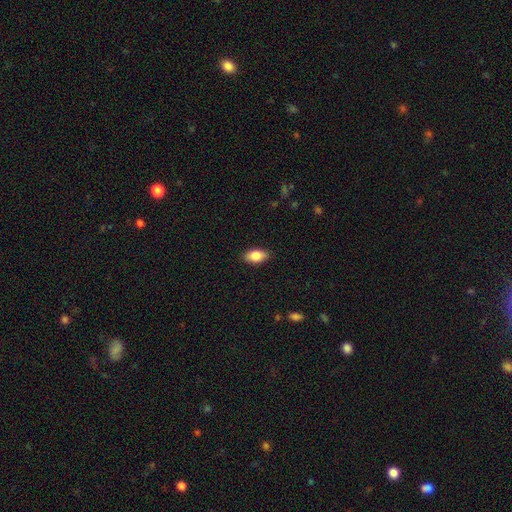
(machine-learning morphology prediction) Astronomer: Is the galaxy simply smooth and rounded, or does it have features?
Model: smooth — 86%.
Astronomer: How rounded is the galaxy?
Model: in between — 91%.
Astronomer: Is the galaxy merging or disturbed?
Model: none — 88%.